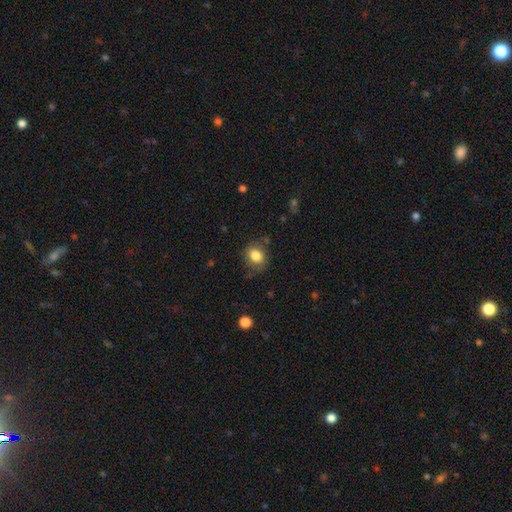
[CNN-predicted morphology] Smooth or featured? Predicted: smooth (p=0.83). How rounded? Predicted: round (p=0.58). Merging? Predicted: none (p=0.75).